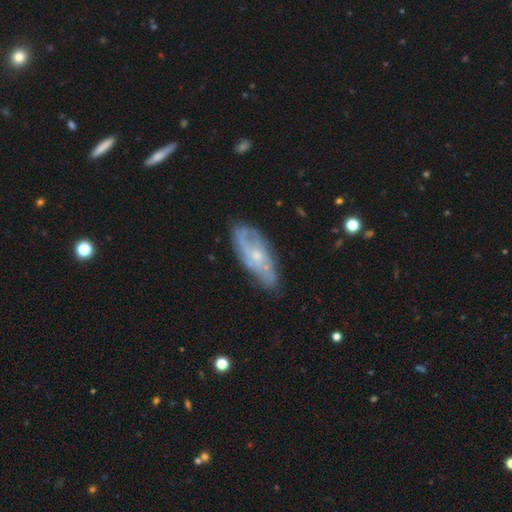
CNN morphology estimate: This appears to be a featured or disk galaxy (68%) with no bar (73%), spiral arms (77%) and a small central bulge (64%). Merging: none (68%).